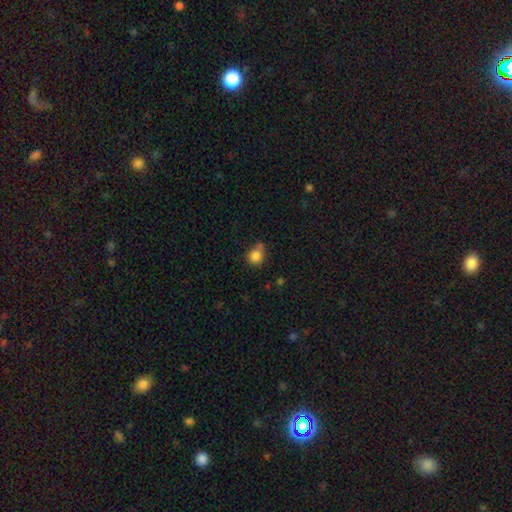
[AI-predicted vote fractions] Smooth or featured?
  - smooth: 83% *
  - star or artifact: 11%
  - featured or disk: 6%
How rounded?
  - round: 76% *
  - in between: 23%
  - cigar-shaped: 1%
Merging?
  - none: 54% *
  - minor disturbance: 26%
  - merger: 13%
  - major disturbance: 7%